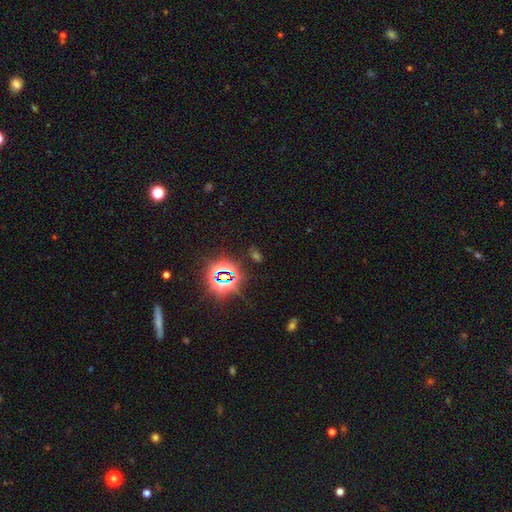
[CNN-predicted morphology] The model was most divided on "smooth or featured": star or artifact: 72%, smooth: 20%, featured or disk: 8%.